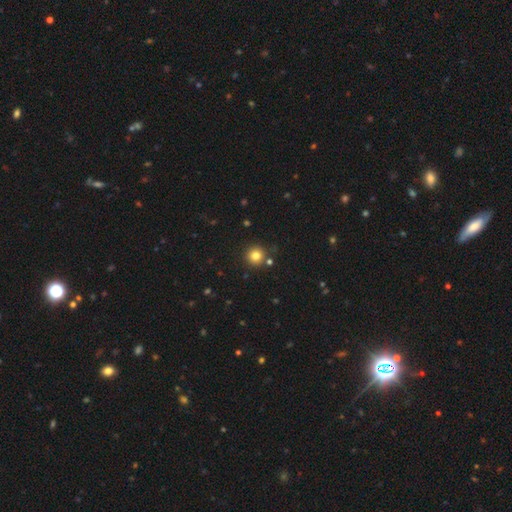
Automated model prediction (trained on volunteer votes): The model was most divided on "smooth or featured": smooth: 81%, star or artifact: 13%, featured or disk: 6%. More confident: how rounded — round (95%); merging — none (85%).